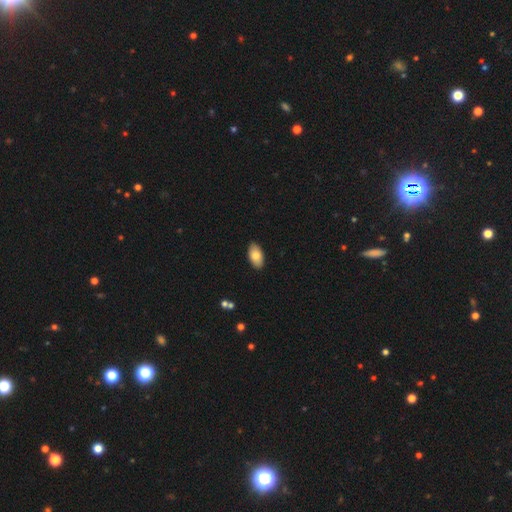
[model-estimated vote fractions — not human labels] A smooth galaxy with no disk features (81%) that is in between round and cigar-shaped (95%). Merging: none (89%).